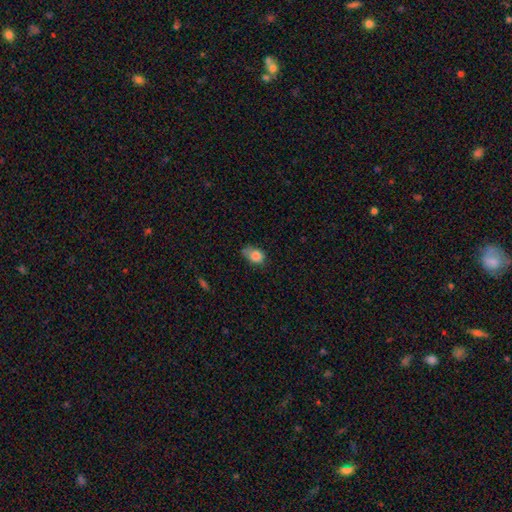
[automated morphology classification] The model was most divided on "merging": minor disturbance: 40%, none: 38%, major disturbance: 13%, merger: 8%. More confident: smooth or featured — smooth (81%); how rounded — in between (68%).